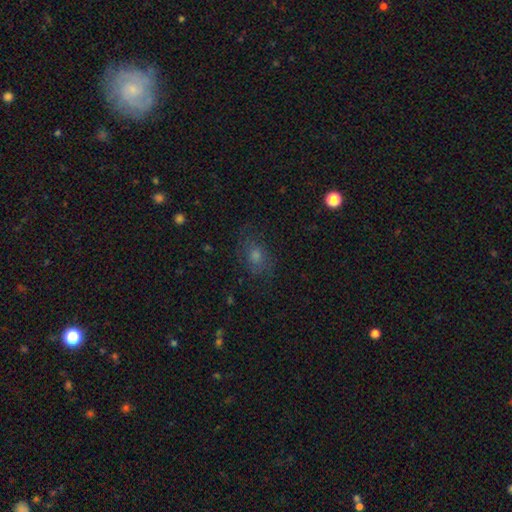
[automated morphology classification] smooth 50%, featured or disk 25%, star or artifact 25%. Down the decision tree: how rounded — in between (60%); merging — none (72%).